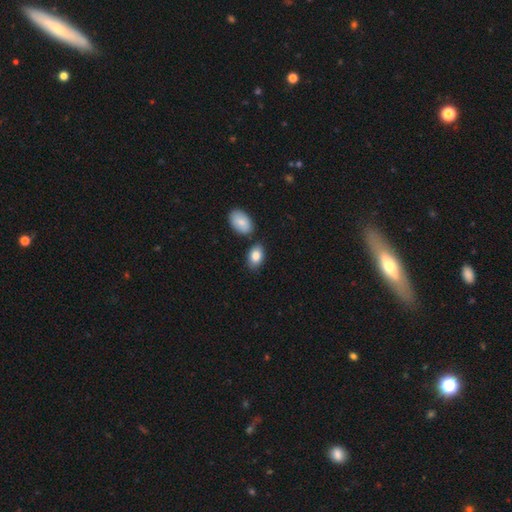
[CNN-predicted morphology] A smooth galaxy with no disk features (85%) that is in between round and cigar-shaped (90%). Merging: none (74%).